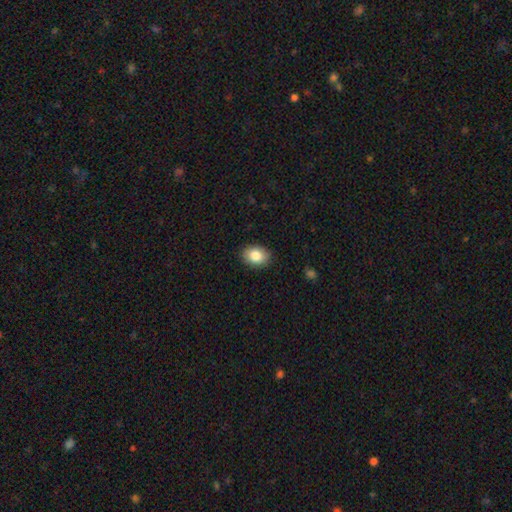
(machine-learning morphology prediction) This is clearly a smooth galaxy (86%). How rounded: likely in between (73%). Merging: clearly none (89%).